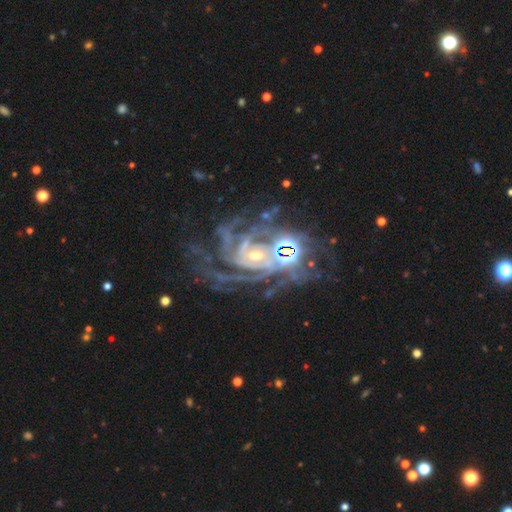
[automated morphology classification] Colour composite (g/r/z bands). It shows a featured or disk galaxy (88%) with no bar (60%), 4 (23%) tight (62%) spiral arms (98%) and a small central bulge (60%). Merging: none (52%).